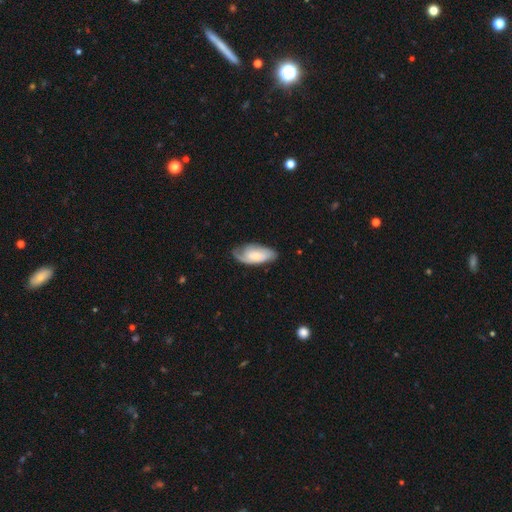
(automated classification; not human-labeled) The model was most divided on "smooth or featured": featured or disk: 54%, smooth: 40%, star or artifact: 6%. More confident: edge-on disk — no (91%); merging — none (60%).